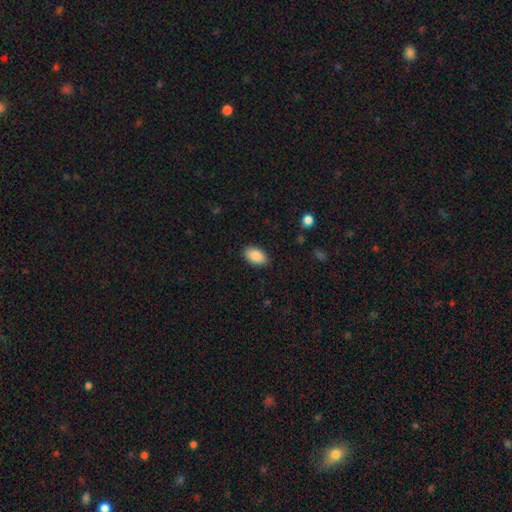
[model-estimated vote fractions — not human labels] Q: Smooth or featured?
A: smooth (87%); runner-up: star or artifact (7%)
Q: How rounded?
A: in between (93%); runner-up: round (5%)
Q: Merging?
A: none (88%); runner-up: minor disturbance (9%)